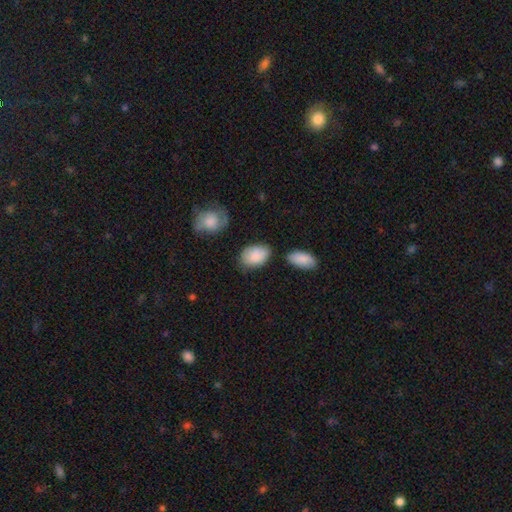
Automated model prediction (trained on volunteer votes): smooth 86%, featured or disk 8%, star or artifact 6%. Down the decision tree: how rounded — in between (87%); merging — none (65%).